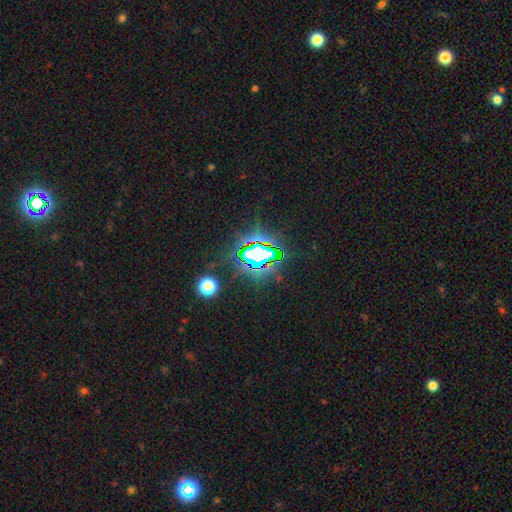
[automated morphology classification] A star or artifact, not a galaxy (76%).

Vote fractions:
- Smooth or featured? star or artifact: 76% / smooth: 13% / featured or disk: 11%